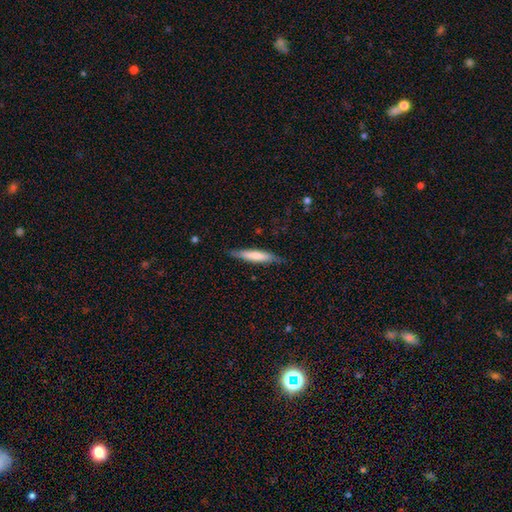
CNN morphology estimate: A smooth galaxy with no disk features (65%) that is cigar-shaped (86%). Merging: none (80%).